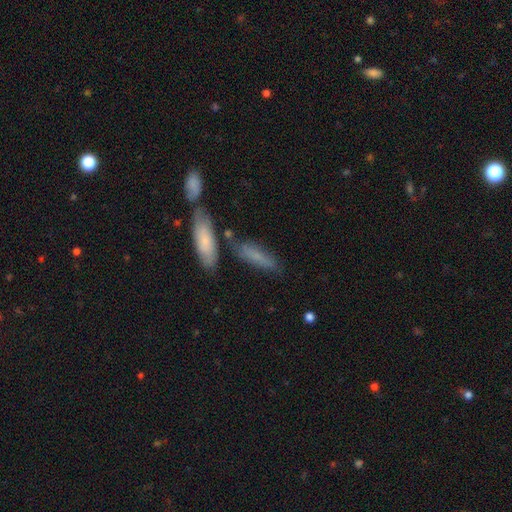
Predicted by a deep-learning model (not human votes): Smooth or featured: smooth — 70% (featured or disk — 22%)
How rounded: cigar-shaped — 60% (in between — 38%)
Merging: none — 63% (minor disturbance — 17%)